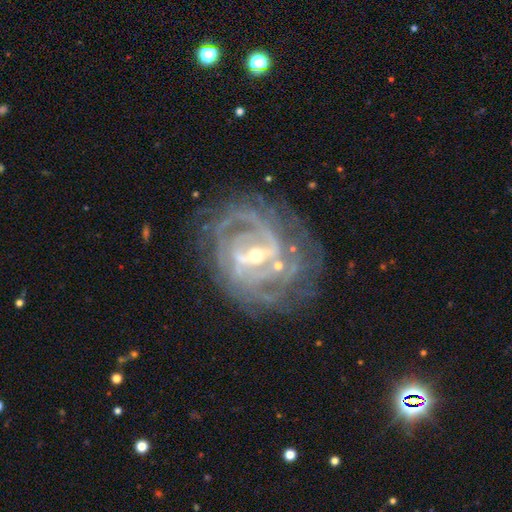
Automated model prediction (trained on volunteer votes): Smooth or featured? featured or disk (90%)
Edge-on disk? no (96%)
Bar? strong (56%)
Spiral arms? yes (96%)
Spiral winding? tight (64%)
Spiral arm count? can't tell (30%)
Bulge size? small (57%)
Merging? none (70%)